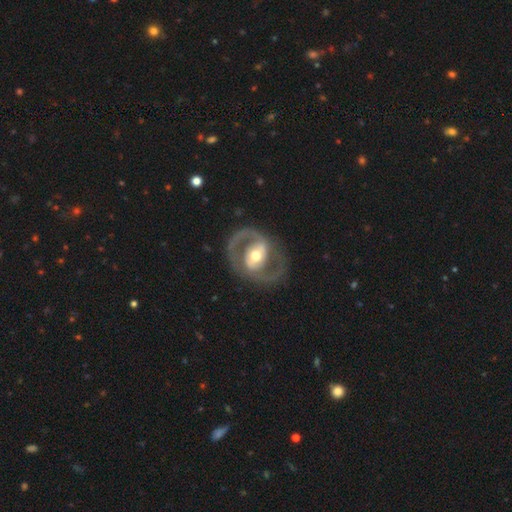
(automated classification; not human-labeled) Overall: featured or disk (85%). Edge-on disk: no (97%). Bar: weak (34%, tied with strong). Spiral arms: yes (81%). Spiral arm count: 2 (90%). Spiral winding: medium (55%; loose 23%). Bulge size: moderate (70%). Merging: none (79%).